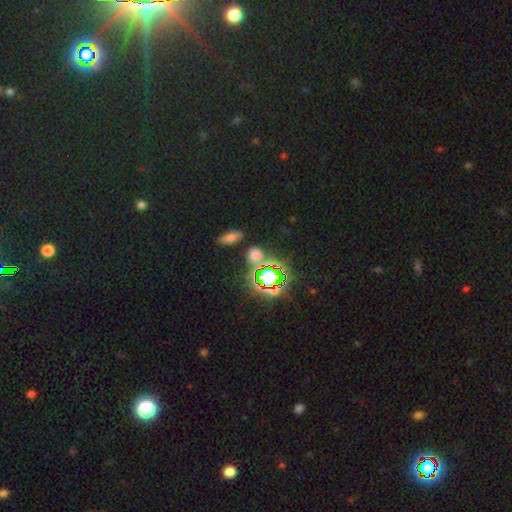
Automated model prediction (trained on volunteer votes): smooth-or-featured: star or artifact: 48% | smooth: 42% | featured or disk: 10%